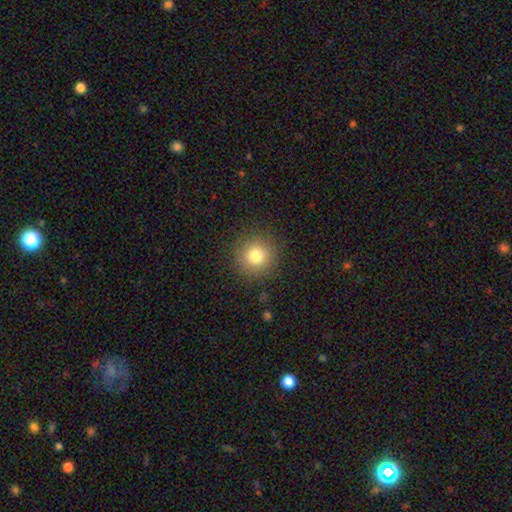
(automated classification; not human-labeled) Smooth or featured? smooth (79%)
How rounded? round (94%)
Merging? none (89%)